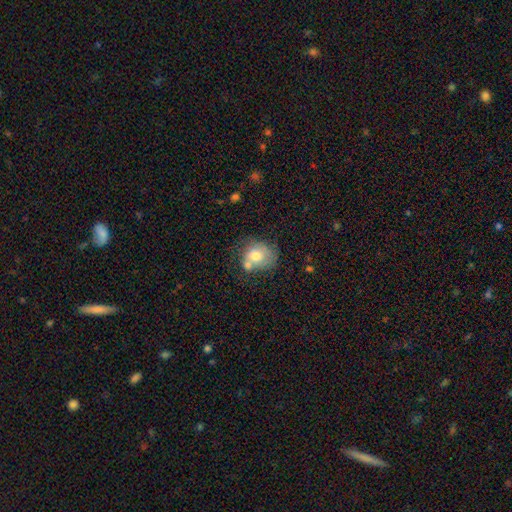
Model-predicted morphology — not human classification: smooth 69%, featured or disk 23%, star or artifact 8%. Down the decision tree: how rounded — round (62%); merging — none (37%).